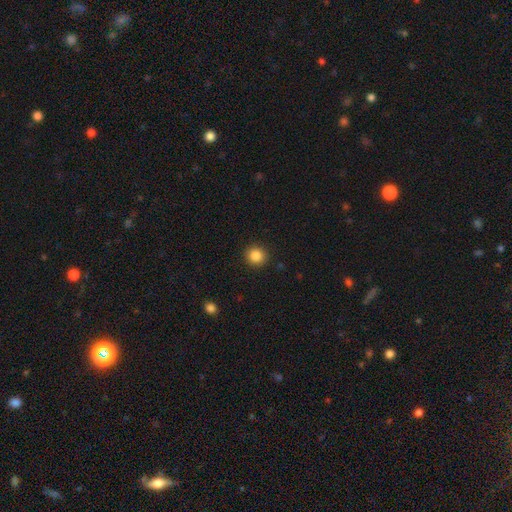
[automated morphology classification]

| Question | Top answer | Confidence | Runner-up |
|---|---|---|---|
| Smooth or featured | smooth | 85% | star or artifact (11%) |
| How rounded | round | 92% | in between (7%) |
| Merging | none | 92% | minor disturbance (5%) |